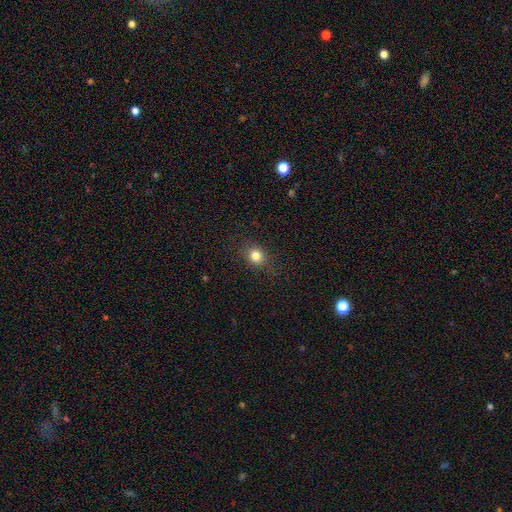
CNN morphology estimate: This appears to be a smooth galaxy with no disk features (81%) that is round (77%). Merging: none (86%).